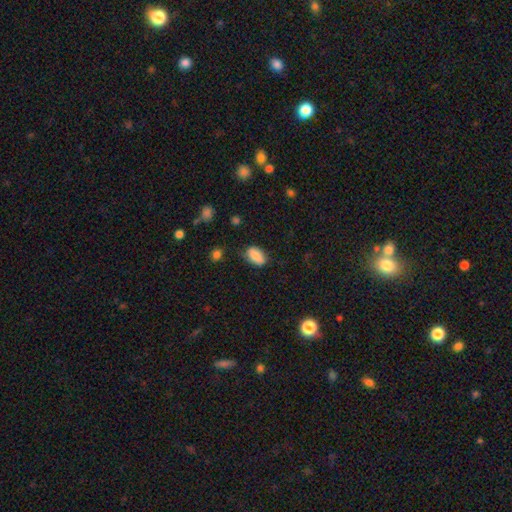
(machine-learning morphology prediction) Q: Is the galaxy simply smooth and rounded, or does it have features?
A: smooth — 84%.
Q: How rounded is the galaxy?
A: in between — 91%.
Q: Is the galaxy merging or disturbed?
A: none — 75%.